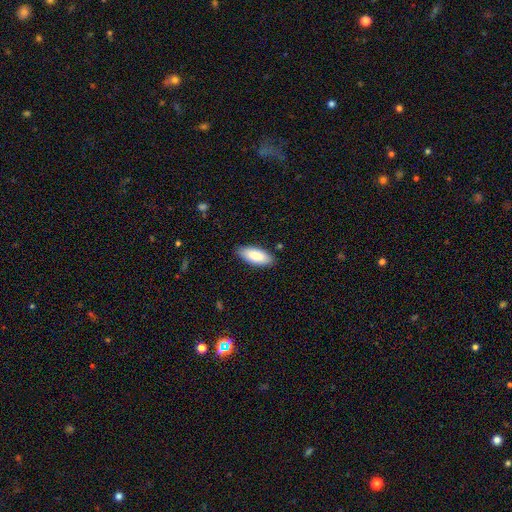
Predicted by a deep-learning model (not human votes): This appears to be a smooth galaxy with no disk features (88%) that is in between round and cigar-shaped (83%). Merging: none (87%).